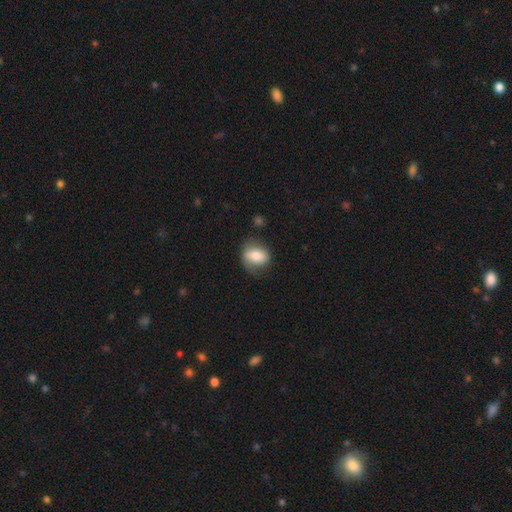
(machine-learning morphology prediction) This is likely a smooth galaxy (66%). How rounded: possibly in between (59%). Merging: possibly none (60%).